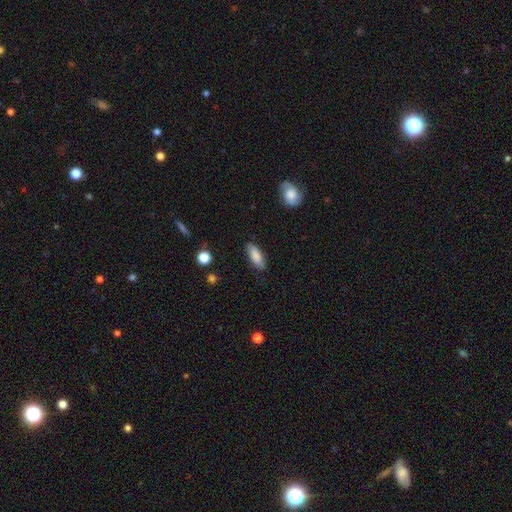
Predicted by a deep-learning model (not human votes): Smooth or featured? Predicted: smooth (p=0.84). How rounded? Predicted: in between (p=0.68). Merging? Predicted: none (p=0.83).